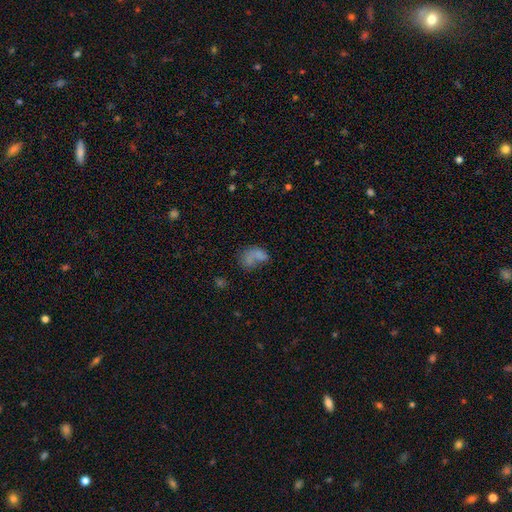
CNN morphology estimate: This is likely a smooth galaxy (64%). How rounded: likely in between (78%). Merging: marginally none (29%).